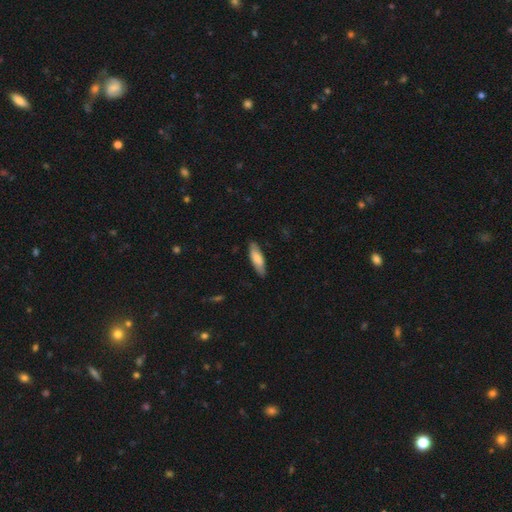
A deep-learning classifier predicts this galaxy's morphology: smooth-or-featured: smooth: 75% | featured or disk: 20% | star or artifact: 5%
  how-rounded: cigar-shaped: 56% | in between: 42% | round: 1%
  merging: none: 83% | minor disturbance: 13% | major disturbance: 2% | merger: 1%